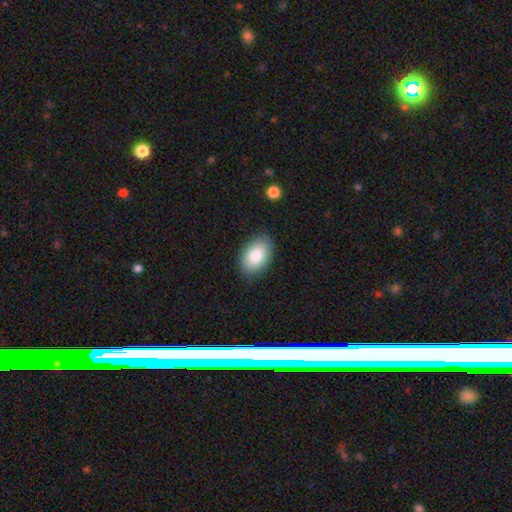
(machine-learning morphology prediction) This is clearly a smooth galaxy (83%). How rounded: clearly in between (89%). Merging: clearly none (84%).